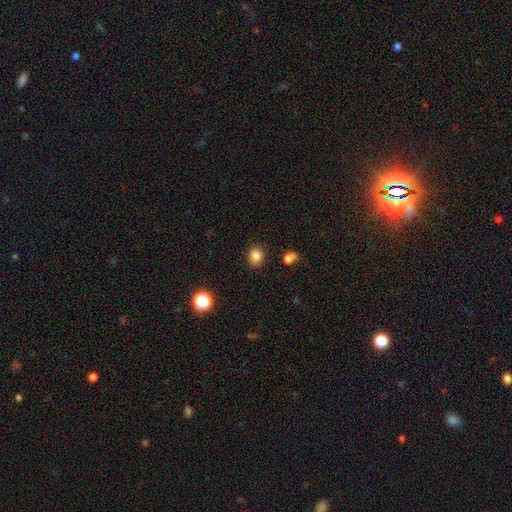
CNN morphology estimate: Smooth or featured?
  - smooth: 84% *
  - star or artifact: 12%
  - featured or disk: 5%
How rounded?
  - round: 58% *
  - in between: 41%
  - cigar-shaped: 1%
Merging?
  - none: 85% *
  - minor disturbance: 9%
  - major disturbance: 3%
  - merger: 3%